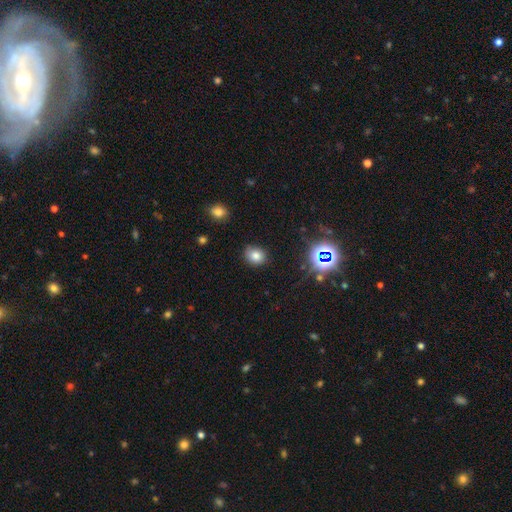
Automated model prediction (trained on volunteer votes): smooth-or-featured: smooth: 78% | star or artifact: 16% | featured or disk: 7%
  how-rounded: round: 59% | in between: 40% | cigar-shaped: 1%
  merging: none: 81% | minor disturbance: 14% | major disturbance: 3% | merger: 2%